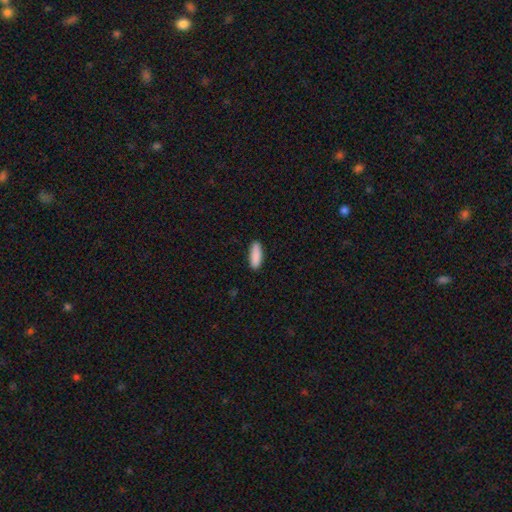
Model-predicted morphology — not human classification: The model was most divided on "how rounded": in between: 56%, cigar-shaped: 42%, round: 2%. More confident: smooth or featured — smooth (90%); merging — none (88%).